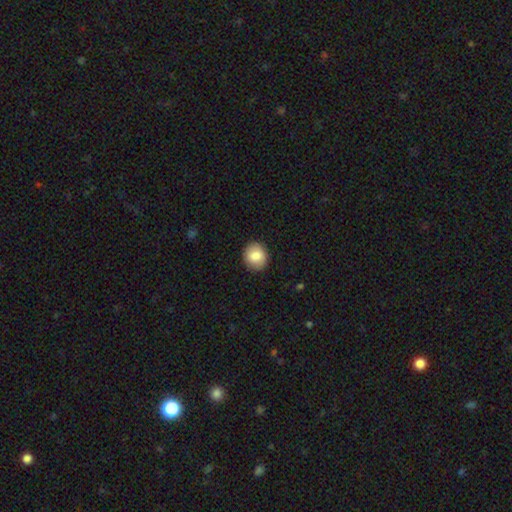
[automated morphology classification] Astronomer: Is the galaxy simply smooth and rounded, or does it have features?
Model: smooth — 84%.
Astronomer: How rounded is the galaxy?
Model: round — 77%.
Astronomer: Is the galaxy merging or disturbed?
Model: none — 89%.